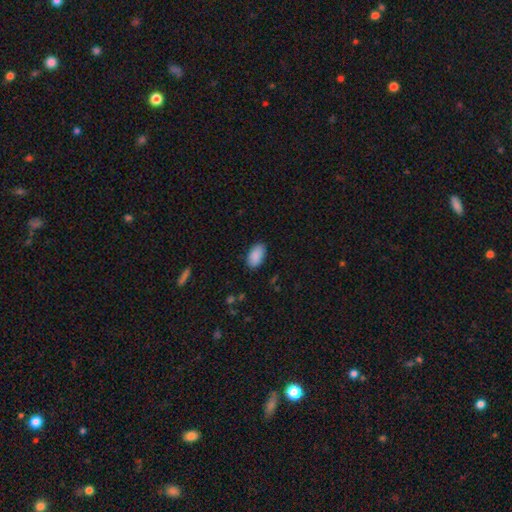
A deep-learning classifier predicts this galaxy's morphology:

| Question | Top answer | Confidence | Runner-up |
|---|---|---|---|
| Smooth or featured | smooth | 90% | star or artifact (7%) |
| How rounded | in between | 94% | round (4%) |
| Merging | none | 85% | minor disturbance (11%) |